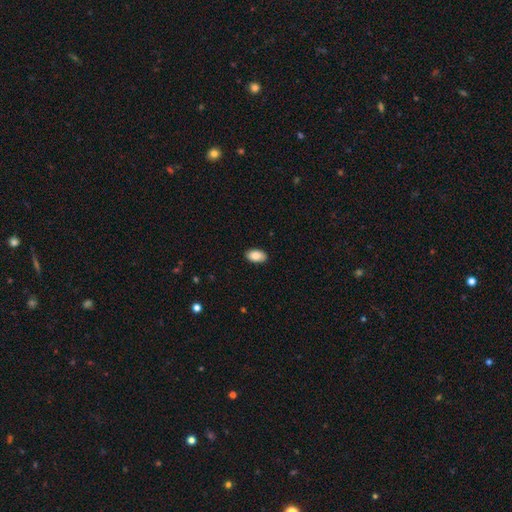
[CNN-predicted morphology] smooth 89%, star or artifact 7%, featured or disk 4%. Down the decision tree: how rounded — in between (94%); merging — none (88%).